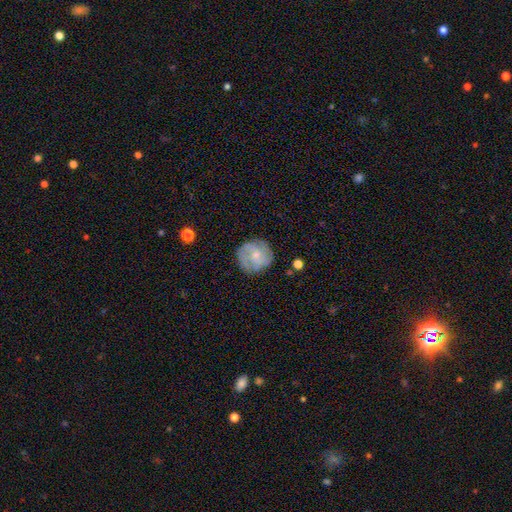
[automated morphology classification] Smooth or featured? Predicted: featured or disk (p=0.69). Edge-on disk? Predicted: no (p=0.98). Bar? Predicted: no (p=0.71). Spiral arms? Predicted: yes (p=0.90). Spiral winding? Predicted: tight (p=0.52). Spiral arm count? Predicted: can't tell (p=0.30, tied with 3). Bulge size? Predicted: small (p=0.53). Merging? Predicted: none (p=0.78).